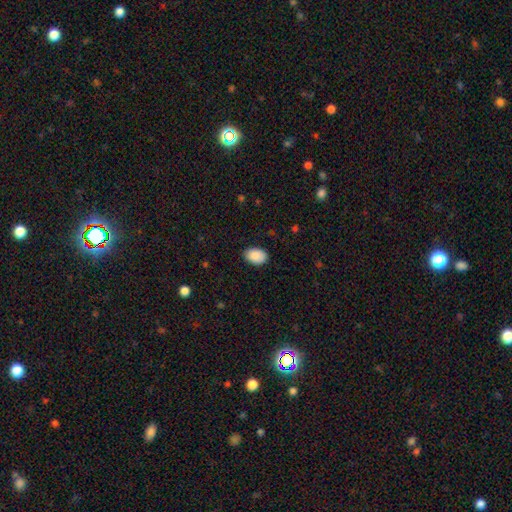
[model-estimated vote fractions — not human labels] smooth 89%, star or artifact 7%, featured or disk 4%. Down the decision tree: how rounded — in between (84%); merging — none (86%).